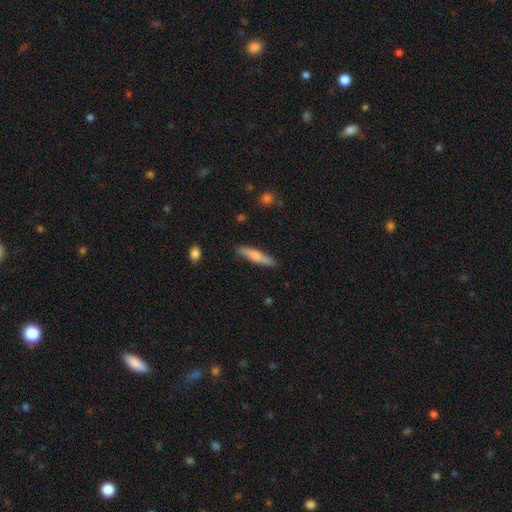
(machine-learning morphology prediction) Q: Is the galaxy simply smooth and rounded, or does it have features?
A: smooth — 66%.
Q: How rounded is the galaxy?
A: cigar-shaped — 86%.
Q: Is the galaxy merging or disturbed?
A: none — 86%.